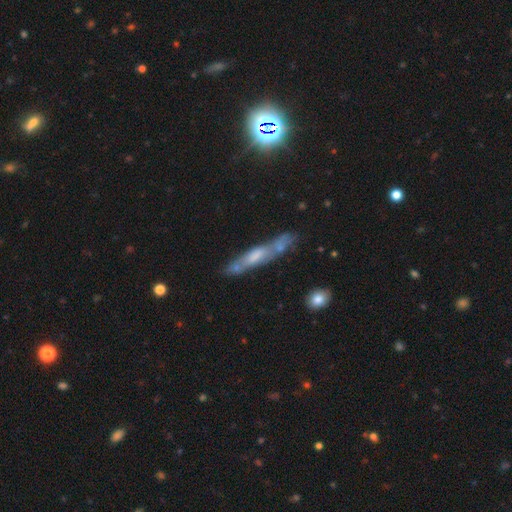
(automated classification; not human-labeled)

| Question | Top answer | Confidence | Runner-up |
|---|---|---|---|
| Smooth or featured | featured or disk | 54% | smooth (37%) |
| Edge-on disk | yes | 69% | no (31%) |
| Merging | none | 62% | minor disturbance (19%) |